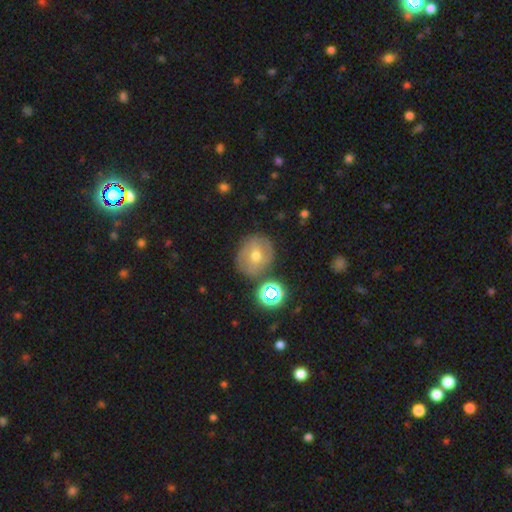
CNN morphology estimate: Overall: smooth (45%; featured or disk 39%). Merging: none (78%).